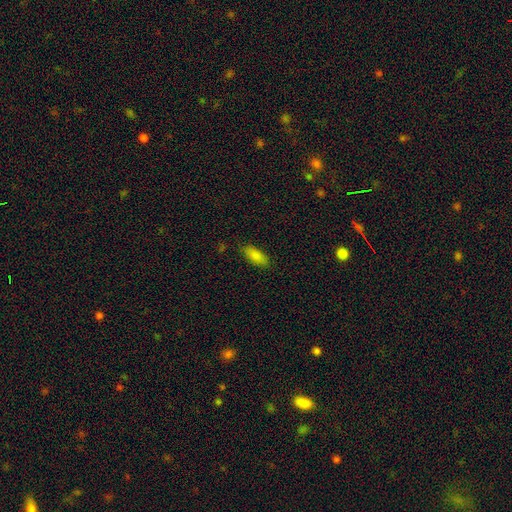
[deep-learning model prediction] Smooth or featured? Predicted: smooth (p=0.86). How rounded? Predicted: in between (p=0.78). Merging? Predicted: none (p=0.85).